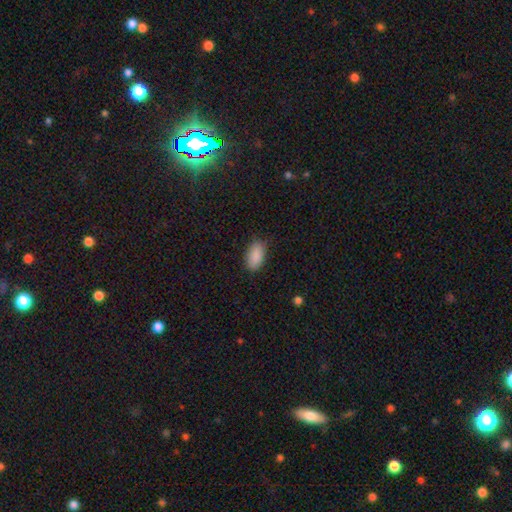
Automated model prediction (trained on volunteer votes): Q: Smooth or featured?
A: smooth (89%); runner-up: star or artifact (7%)
Q: How rounded?
A: in between (93%); runner-up: cigar-shaped (4%)
Q: Merging?
A: none (80%); runner-up: minor disturbance (16%)